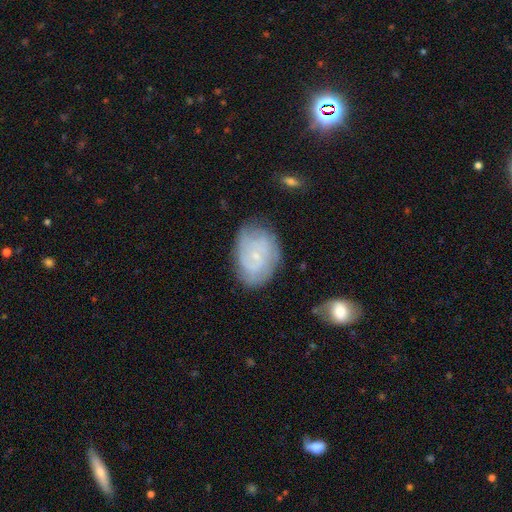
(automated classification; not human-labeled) featured or disk 63%, smooth 29%, star or artifact 8%. Down the decision tree: edge-on disk — no (97%); bar — no (74%); spiral arms — yes (82%); spiral arm count — can't tell (51%); spiral winding — tight (60%); bulge size — small (82%); merging — none (69%).